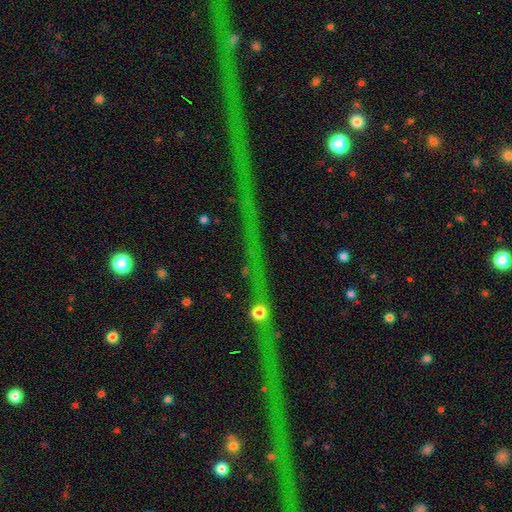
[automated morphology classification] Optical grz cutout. It shows a star or artifact, not a galaxy (76%).